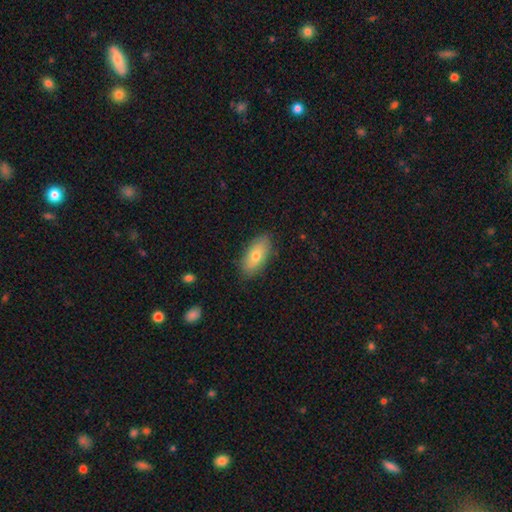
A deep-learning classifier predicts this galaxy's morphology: A smooth galaxy with no disk features (73%) that is in between round and cigar-shaped (88%).

Vote fractions:
- Smooth or featured? smooth: 73% / featured or disk: 21% / star or artifact: 7%
- How rounded? in between: 88% / cigar-shaped: 9% / round: 3%
- Merging? none: 85% / minor disturbance: 11% / major disturbance: 2% / merger: 1%